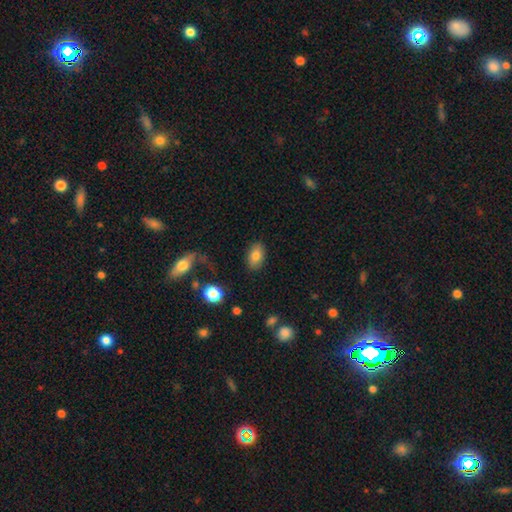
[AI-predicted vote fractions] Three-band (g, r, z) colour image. It shows a smooth galaxy with no disk features (80%) that is in between round and cigar-shaped (87%). Merging: none (85%).